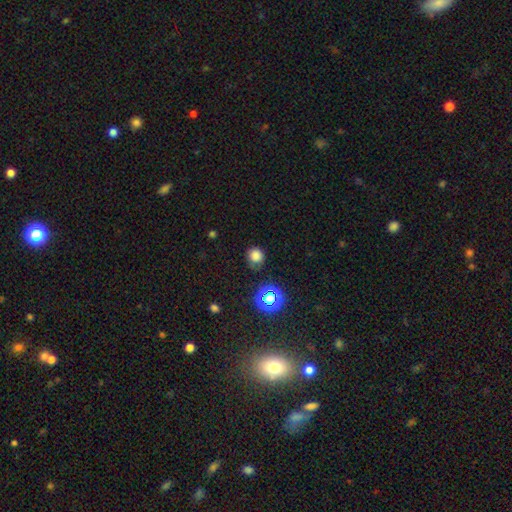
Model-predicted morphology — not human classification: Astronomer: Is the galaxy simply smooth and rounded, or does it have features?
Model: smooth — 76%.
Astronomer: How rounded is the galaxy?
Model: round — 86%.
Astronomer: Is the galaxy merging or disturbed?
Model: none — 73%.